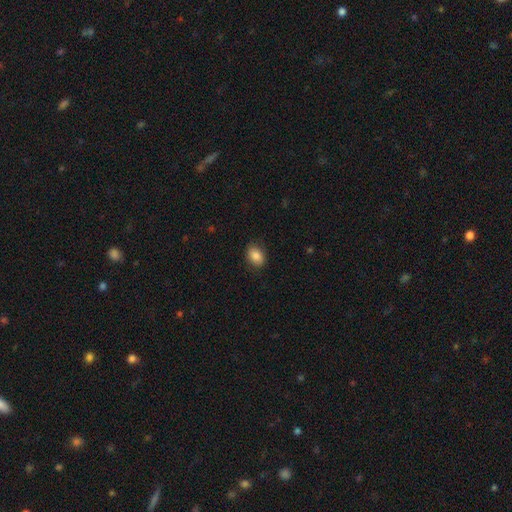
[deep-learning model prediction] A smooth galaxy with no disk features (85%) that is in between round and cigar-shaped (75%). Merging: none (85%).